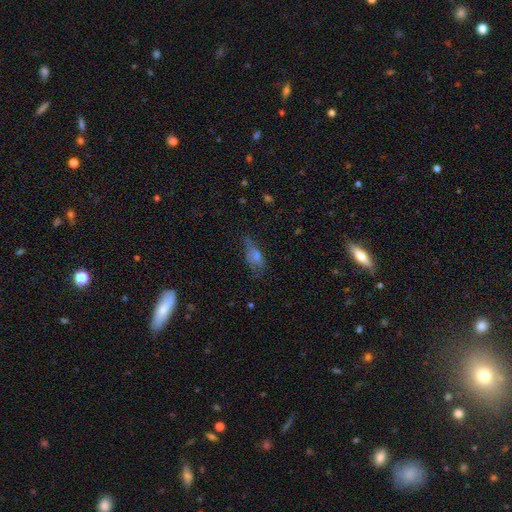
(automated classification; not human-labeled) The model was most divided on "merging": none: 38%, minor disturbance: 32%, major disturbance: 25%, merger: 5%. More confident: how rounded — in between (78%); smooth or featured — smooth (61%).